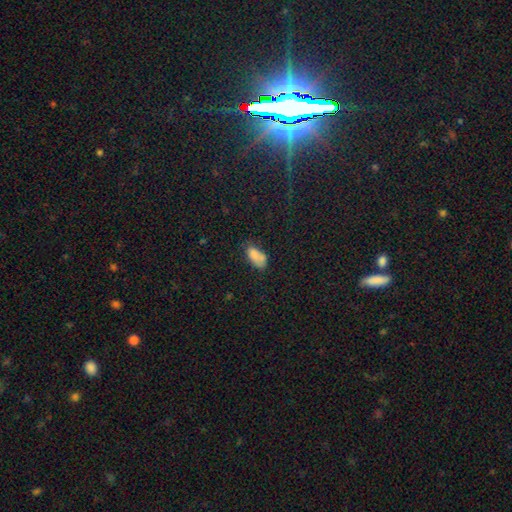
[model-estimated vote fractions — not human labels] smooth-or-featured: smooth: 79% | star or artifact: 11% | featured or disk: 11%
  how-rounded: in between: 90% | cigar-shaped: 5% | round: 5%
  merging: none: 46% | minor disturbance: 29% | merger: 13% | major disturbance: 12%